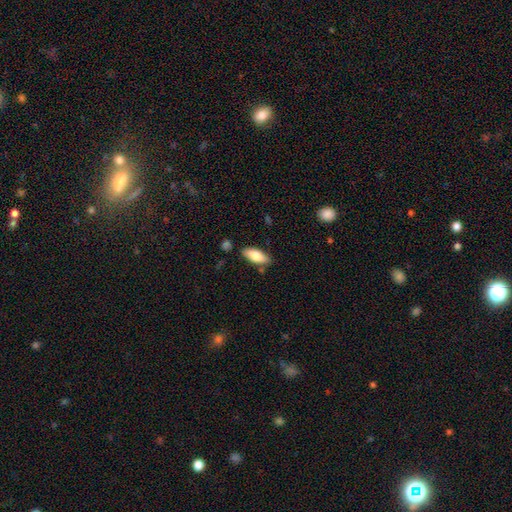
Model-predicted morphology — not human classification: Q: Smooth or featured?
A: smooth (80%); runner-up: featured or disk (13%)
Q: How rounded?
A: in between (80%); runner-up: cigar-shaped (18%)
Q: Merging?
A: none (79%); runner-up: minor disturbance (14%)